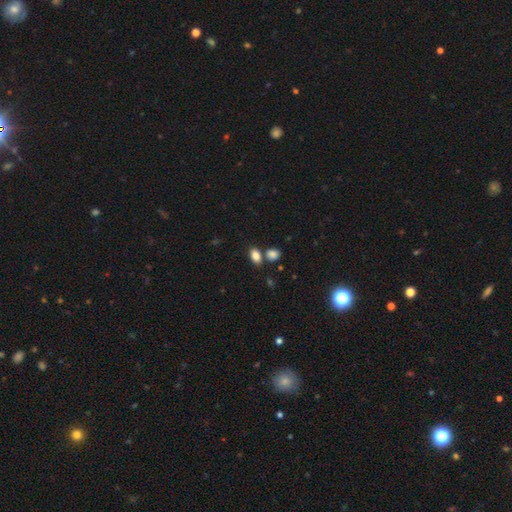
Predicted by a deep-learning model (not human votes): Morphology: type=smooth (85%); roundness=in between (85%); merging=none (62%).